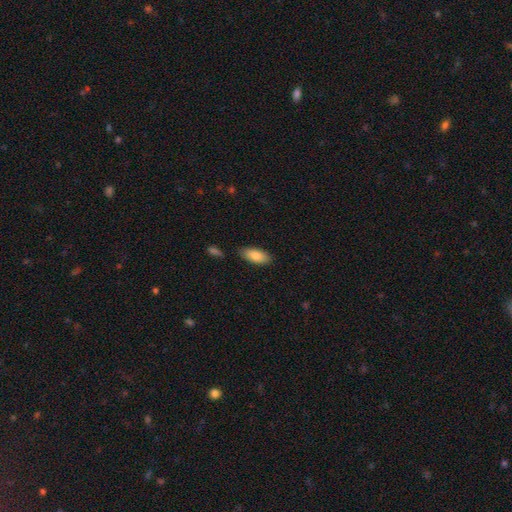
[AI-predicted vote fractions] The model was most divided on "merging": none: 81%, minor disturbance: 13%, merger: 3%, major disturbance: 3%. More confident: how rounded — in between (87%); smooth or featured — smooth (85%).